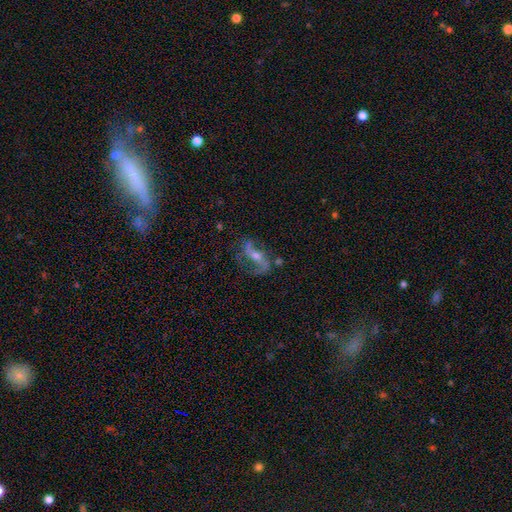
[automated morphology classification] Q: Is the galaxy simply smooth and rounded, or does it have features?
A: featured or disk — 84%.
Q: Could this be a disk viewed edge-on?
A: no — 93%.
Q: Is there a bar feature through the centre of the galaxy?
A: weak — 35%.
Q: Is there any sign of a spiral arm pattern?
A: yes — 93%.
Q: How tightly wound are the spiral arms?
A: loose — 66%.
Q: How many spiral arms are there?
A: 2 — 88%.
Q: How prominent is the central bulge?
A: moderate — 52%.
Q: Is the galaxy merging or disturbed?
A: none — 61%.